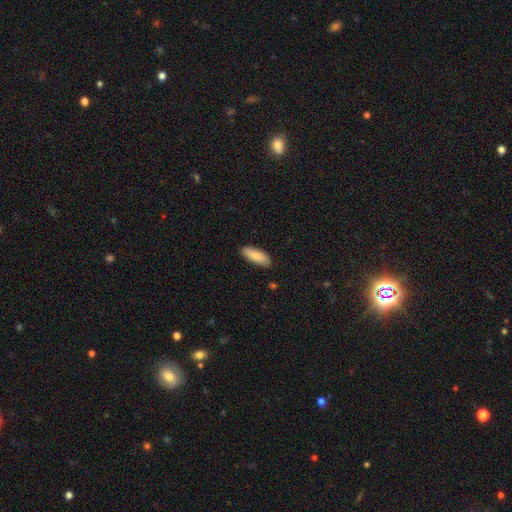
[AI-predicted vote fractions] Overall: smooth (84%). How rounded: in between (66%; cigar-shaped 32%). Merging: none (86%).